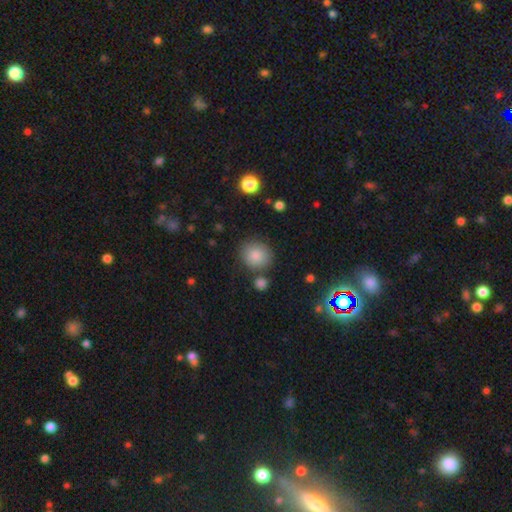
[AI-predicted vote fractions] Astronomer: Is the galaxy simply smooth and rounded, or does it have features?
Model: smooth — 83%.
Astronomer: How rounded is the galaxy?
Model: round — 84%.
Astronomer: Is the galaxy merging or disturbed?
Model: none — 78%.